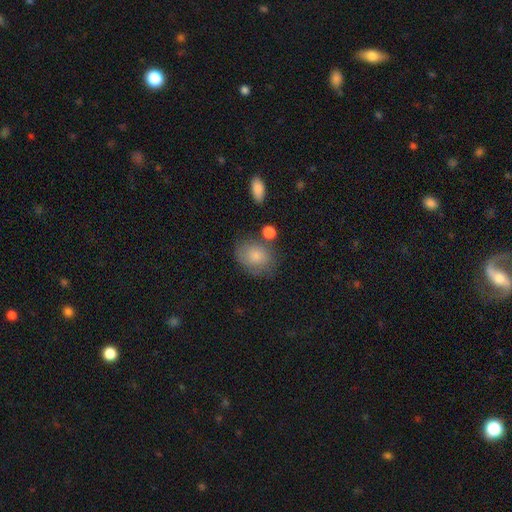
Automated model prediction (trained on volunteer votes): A smooth galaxy with no disk features (75%) that is in between round and cigar-shaped (50%).

Vote fractions:
- Smooth or featured? smooth: 75% / featured or disk: 17% / star or artifact: 8%
- How rounded? in between: 50% / round: 49% / cigar-shaped: 1%
- Merging? none: 60% / minor disturbance: 23% / major disturbance: 9% / merger: 8%